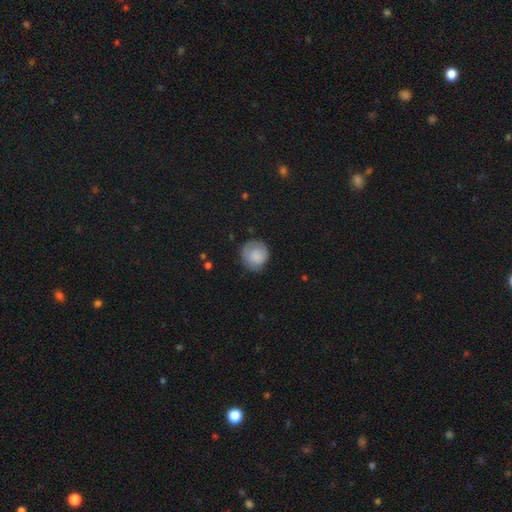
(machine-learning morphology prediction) Smooth or featured?
  - smooth: 80% *
  - featured or disk: 13%
  - star or artifact: 7%
How rounded?
  - round: 90% *
  - in between: 9%
  - cigar-shaped: 1%
Merging?
  - none: 71% *
  - minor disturbance: 21%
  - major disturbance: 7%
  - merger: 1%